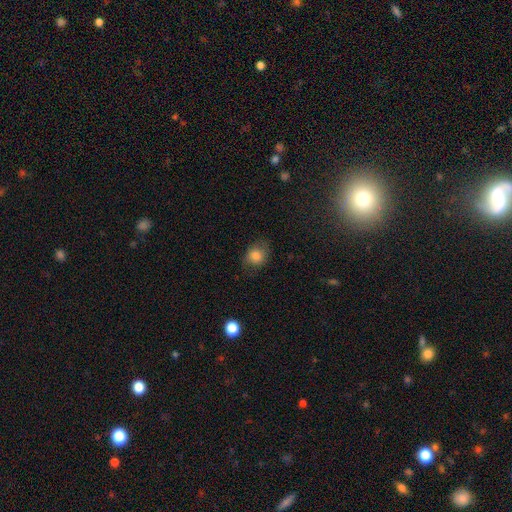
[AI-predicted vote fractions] smooth 81%, star or artifact 10%, featured or disk 9%. Down the decision tree: how rounded — round (56%); merging — none (73%).